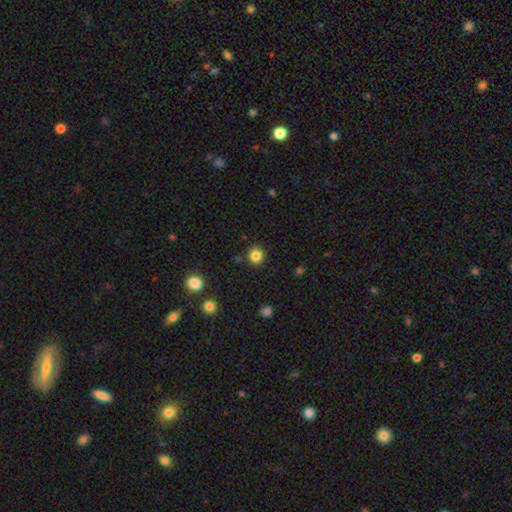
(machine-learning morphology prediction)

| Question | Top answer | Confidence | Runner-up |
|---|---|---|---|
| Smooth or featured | smooth | 84% | star or artifact (12%) |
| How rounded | round | 91% | in between (8%) |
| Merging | none | 88% | minor disturbance (7%) |